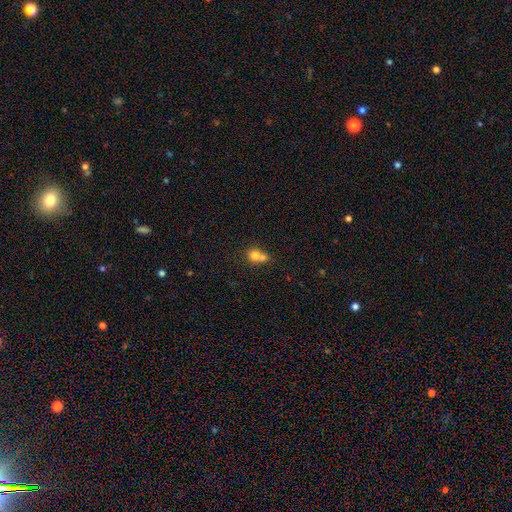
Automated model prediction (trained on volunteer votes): Morphology: type=smooth (74%); roundness=round (76%); merging=merger (63%).